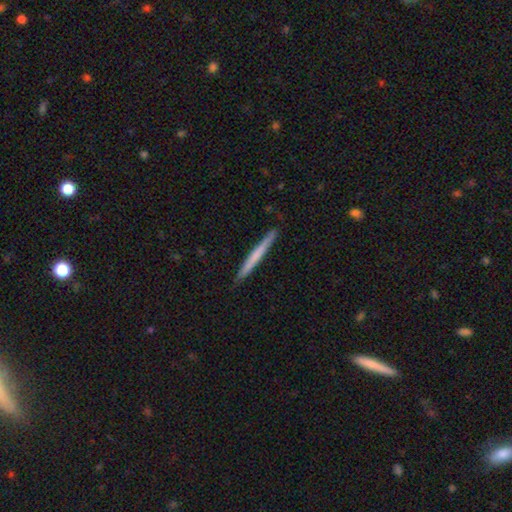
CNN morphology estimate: The model was most divided on "smooth or featured": smooth: 58%, featured or disk: 37%, star or artifact: 5%. More confident: how rounded — cigar-shaped (97%); merging — none (91%).